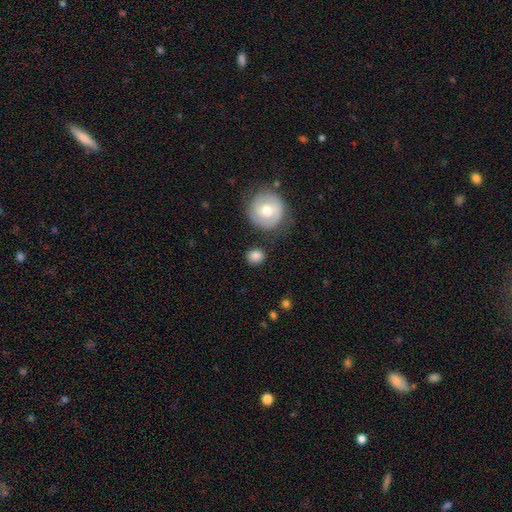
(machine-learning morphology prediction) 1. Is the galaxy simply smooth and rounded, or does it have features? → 83% smooth, 10% featured or disk, 8% star or artifact.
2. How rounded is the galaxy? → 80% round, 18% in between, 1% cigar-shaped.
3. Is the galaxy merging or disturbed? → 80% none, 12% minor disturbance, 4% merger, 4% major disturbance.